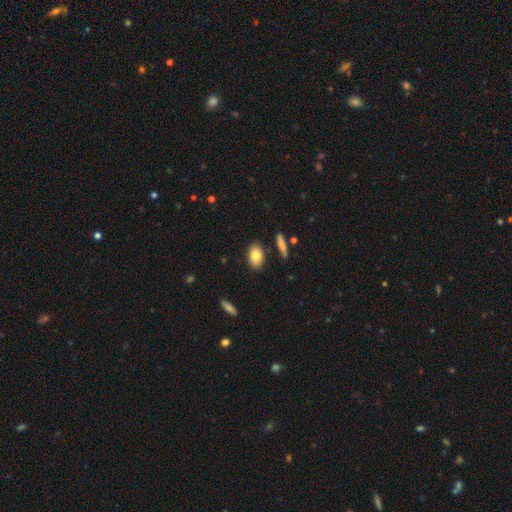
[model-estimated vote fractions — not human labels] Smooth or featured?
  - smooth: 82% *
  - featured or disk: 11%
  - star or artifact: 7%
How rounded?
  - in between: 88% *
  - round: 9%
  - cigar-shaped: 2%
Merging?
  - none: 86% *
  - minor disturbance: 9%
  - merger: 3%
  - major disturbance: 2%